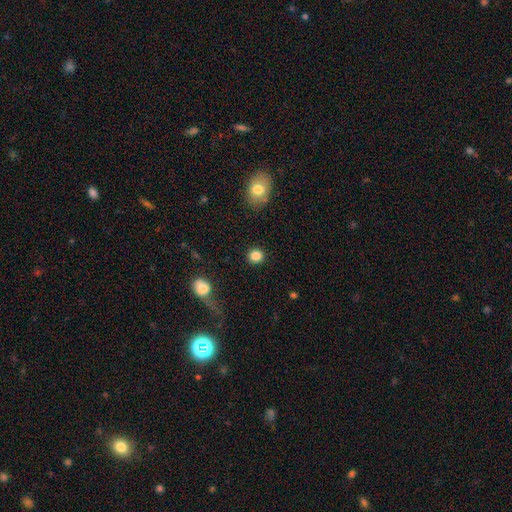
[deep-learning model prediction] Smooth or featured?
  - smooth: 86% *
  - star or artifact: 10%
  - featured or disk: 4%
How rounded?
  - round: 86% *
  - in between: 13%
  - cigar-shaped: 1%
Merging?
  - none: 89% *
  - minor disturbance: 6%
  - major disturbance: 3%
  - merger: 2%